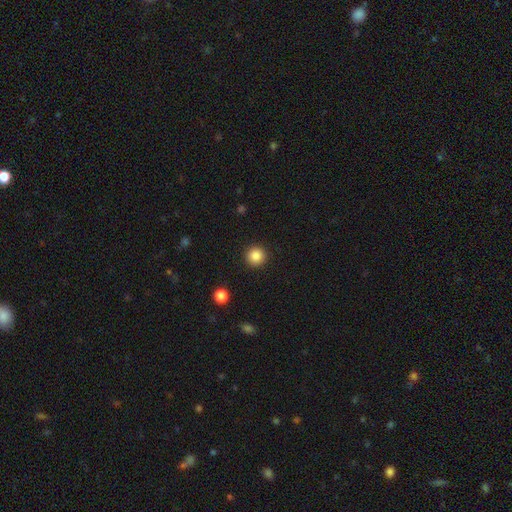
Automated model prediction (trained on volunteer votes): smooth-or-featured: smooth: 85% | star or artifact: 10% | featured or disk: 5%
  how-rounded: round: 95% | in between: 4% | cigar-shaped: 1%
  merging: none: 93% | minor disturbance: 5% | major disturbance: 2% | merger: 1%